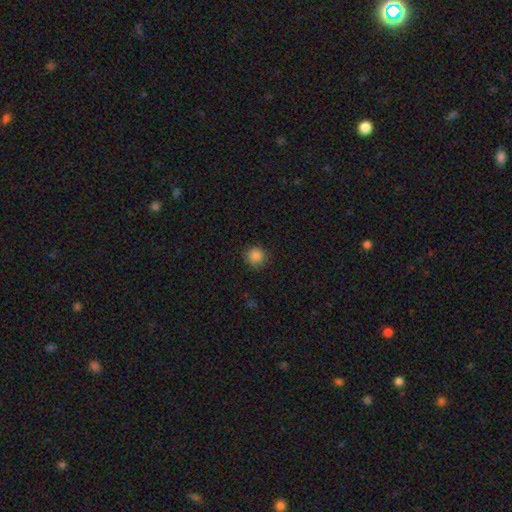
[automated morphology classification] A smooth galaxy with no disk features (86%) that is round (94%). Merging: none (88%).